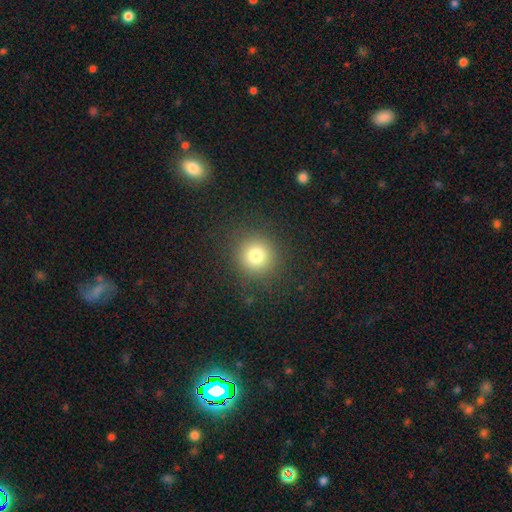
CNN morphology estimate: This appears to be a smooth galaxy with no disk features (78%) that is round (93%). Merging: none (88%).